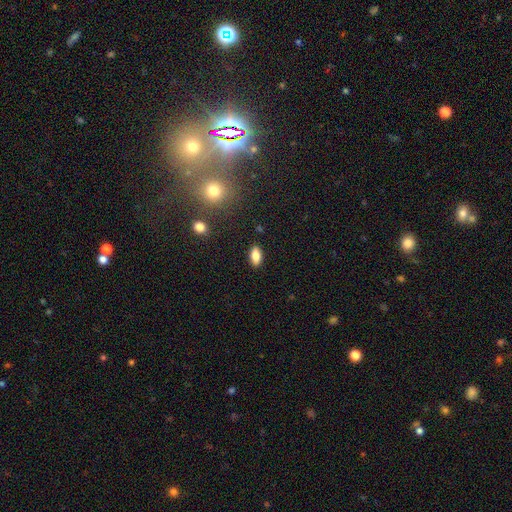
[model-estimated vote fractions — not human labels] This appears to be a smooth galaxy with no disk features (83%) that is in between round and cigar-shaped (90%). Merging: none (88%).